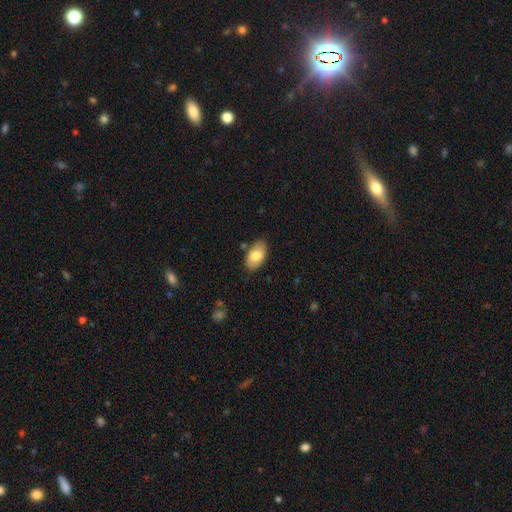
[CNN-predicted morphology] A smooth galaxy with no disk features (78%) that is in between round and cigar-shaped (93%). Merging: none (82%).